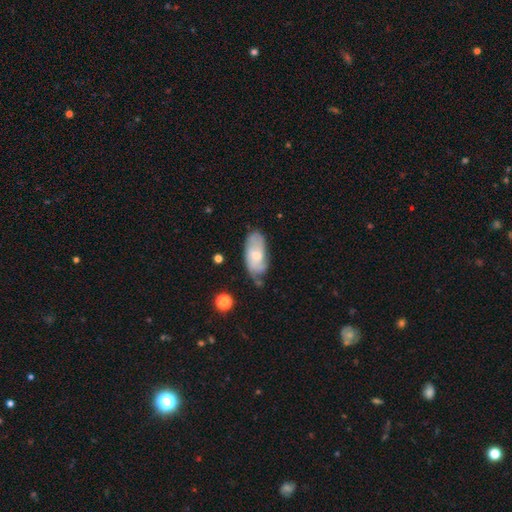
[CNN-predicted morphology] A smooth galaxy with no disk features (56%) that is in between round and cigar-shaped (91%). Merging: none (53%).